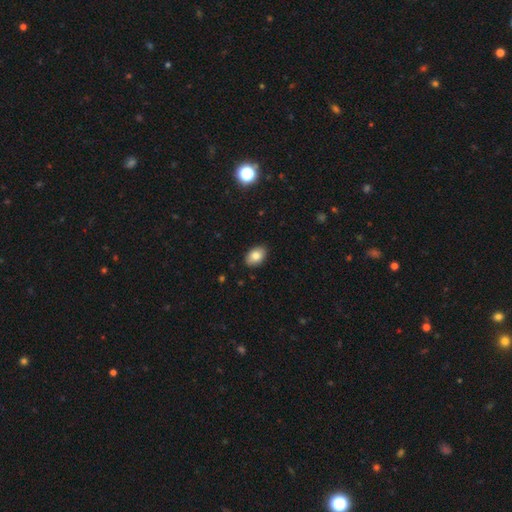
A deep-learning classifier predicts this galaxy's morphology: type=smooth (82%); roundness=in between (85%); merging=none (88%).